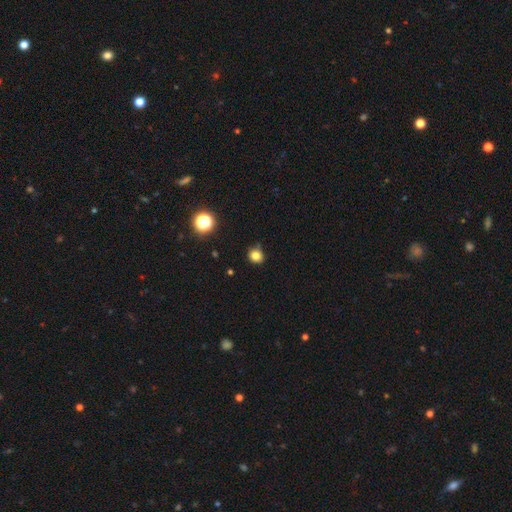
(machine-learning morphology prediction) Smooth or featured? smooth (80%)
How rounded? round (80%)
Merging? none (79%)